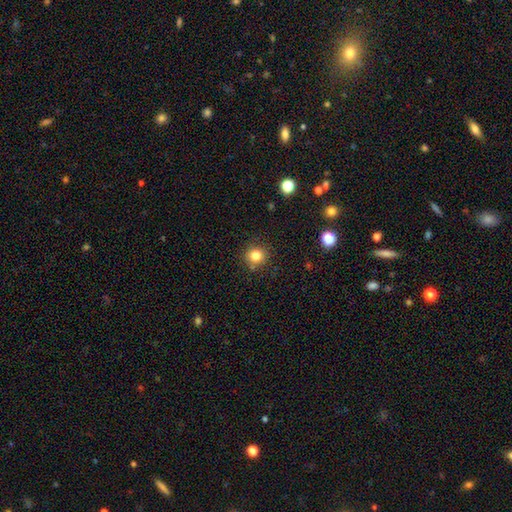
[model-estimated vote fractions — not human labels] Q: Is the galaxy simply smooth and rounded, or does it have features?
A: smooth — 82%.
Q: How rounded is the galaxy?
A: round — 90%.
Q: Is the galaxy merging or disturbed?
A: none — 86%.